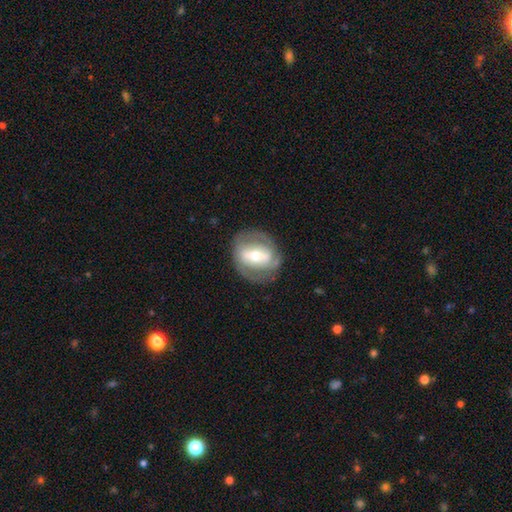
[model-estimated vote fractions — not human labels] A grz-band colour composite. It shows a featured or disk galaxy (70%) with a strong bar (58%), spiral arms (61%) and a moderate central bulge (58%). Merging: none (74%).